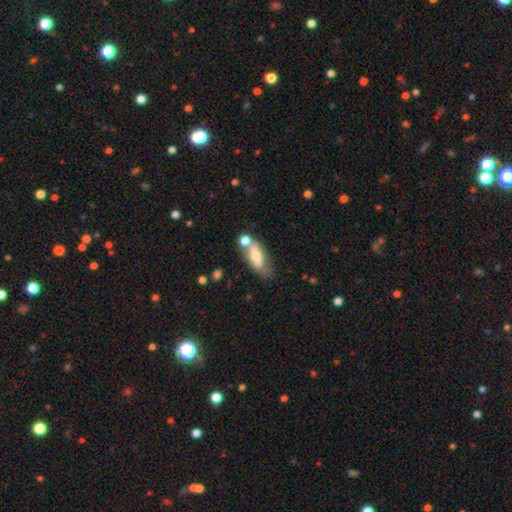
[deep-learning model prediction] Smooth or featured? Predicted: smooth (p=0.50). Merging? Predicted: none (p=0.49).